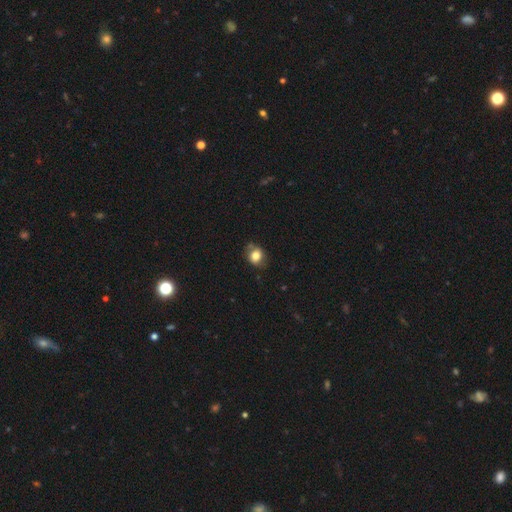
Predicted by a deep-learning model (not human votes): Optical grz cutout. It shows a smooth galaxy with no disk features (76%) that is round (56%). Merging: none (69%).